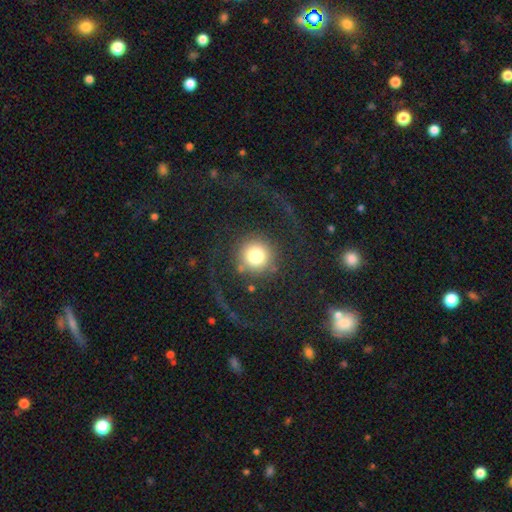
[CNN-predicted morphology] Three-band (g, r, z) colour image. It shows a smooth galaxy with no disk features (70%) that is round (94%). Merging: none (69%).